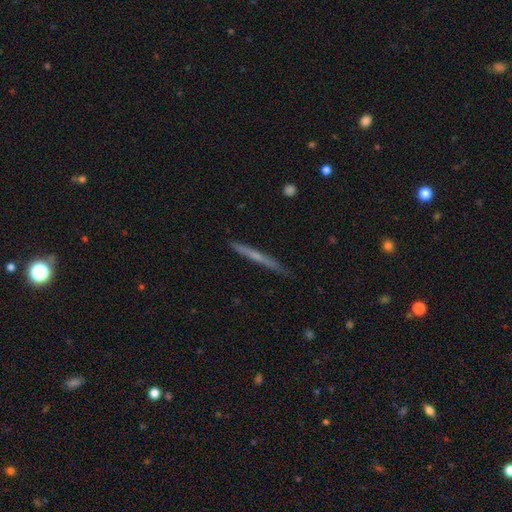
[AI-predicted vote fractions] A featured or disk galaxy (51%) viewed edge-on (97%). Merging: none (87%).